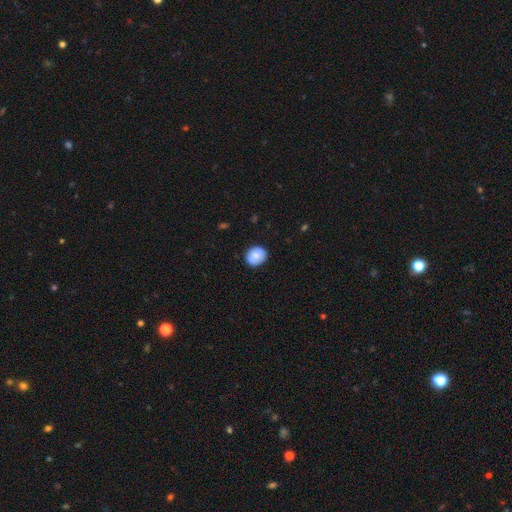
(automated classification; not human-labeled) Smooth or featured? smooth (81%)
How rounded? round (74%)
Merging? none (83%)